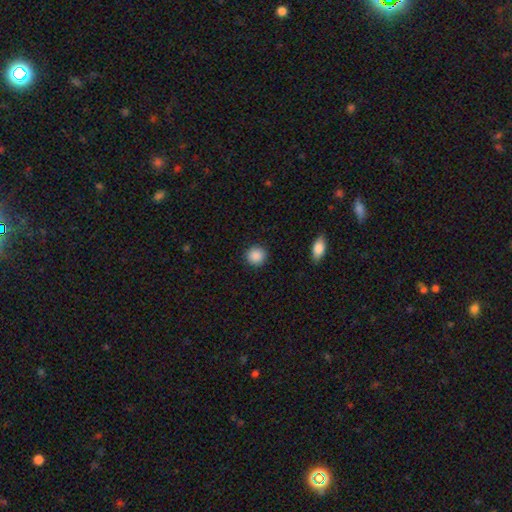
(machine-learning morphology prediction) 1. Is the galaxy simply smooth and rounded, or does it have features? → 89% smooth, 8% star or artifact, 3% featured or disk.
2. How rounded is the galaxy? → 92% round, 7% in between, 1% cigar-shaped.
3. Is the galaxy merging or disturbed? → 91% none, 6% minor disturbance, 2% major disturbance, 1% merger.